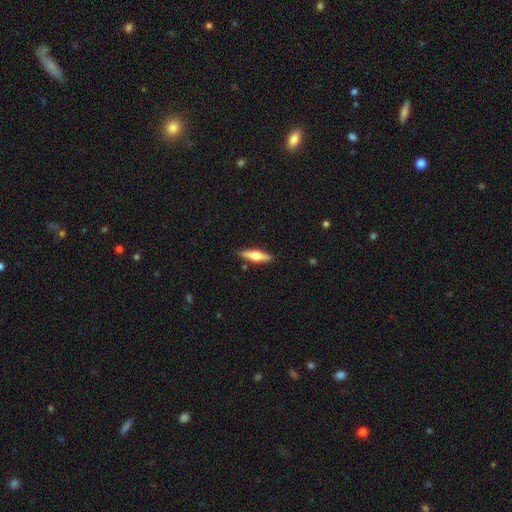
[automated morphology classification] Smooth or featured: featured or disk — 53% (smooth — 42%)
Edge-on disk: yes — 95% (no — 5%)
Edge-on bulge: rounded — 92% (boxy — 5%)
Merging: none — 88% (minor disturbance — 9%)